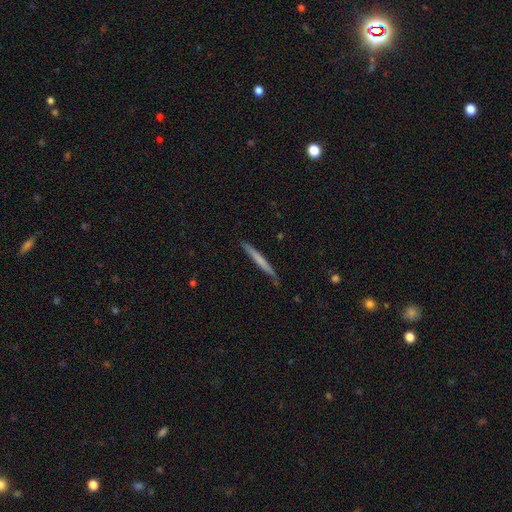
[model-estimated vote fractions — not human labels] smooth-or-featured: smooth: 52% | featured or disk: 42% | star or artifact: 6%
  how-rounded: cigar-shaped: 97% | in between: 2% | round: 1%
  merging: none: 87% | minor disturbance: 10% | major disturbance: 2% | merger: 1%